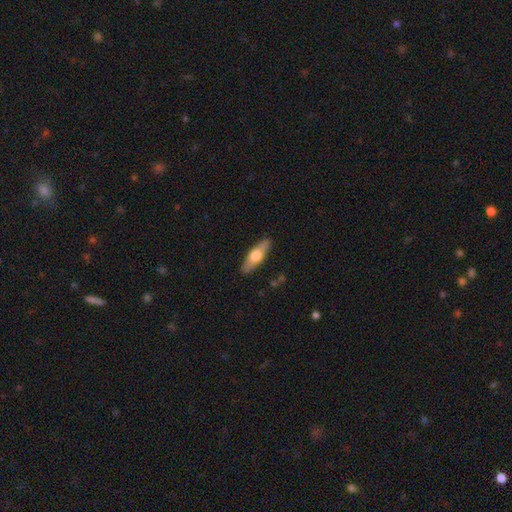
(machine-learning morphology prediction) This appears to be a smooth galaxy with no disk features (54%) that is in between round and cigar-shaped (49%). Merging: none (87%).